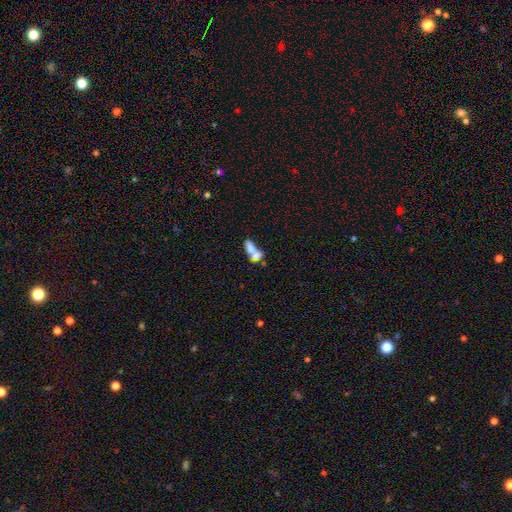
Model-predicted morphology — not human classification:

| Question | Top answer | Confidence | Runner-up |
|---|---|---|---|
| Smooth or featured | smooth | 66% | featured or disk (24%) |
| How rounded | in between | 77% | cigar-shaped (14%) |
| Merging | merger | 65% | none (19%) |